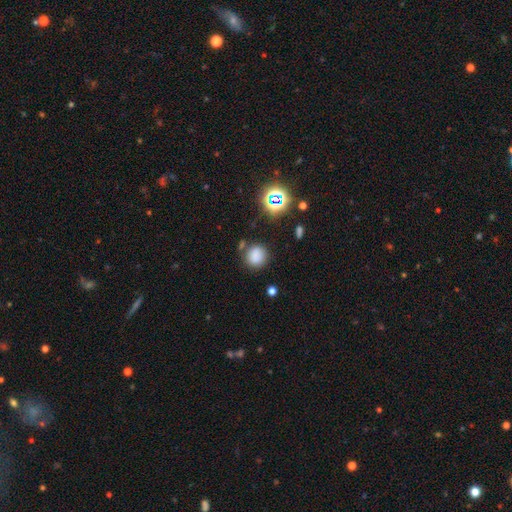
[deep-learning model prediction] smooth_or_featured: smooth (p=0.77) [alt: star or artifact p=0.17]
how_rounded: round (p=0.87) [alt: in between p=0.12]
merging: none (p=0.78) [alt: minor disturbance p=0.13]